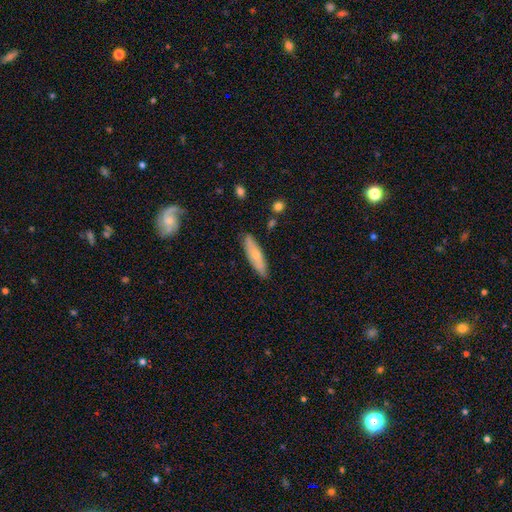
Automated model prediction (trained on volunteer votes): Smooth or featured?
  - smooth: 59% *
  - featured or disk: 35%
  - star or artifact: 6%
How rounded?
  - cigar-shaped: 61% *
  - in between: 37%
  - round: 2%
Merging?
  - none: 84% *
  - minor disturbance: 13%
  - major disturbance: 2%
  - merger: 2%